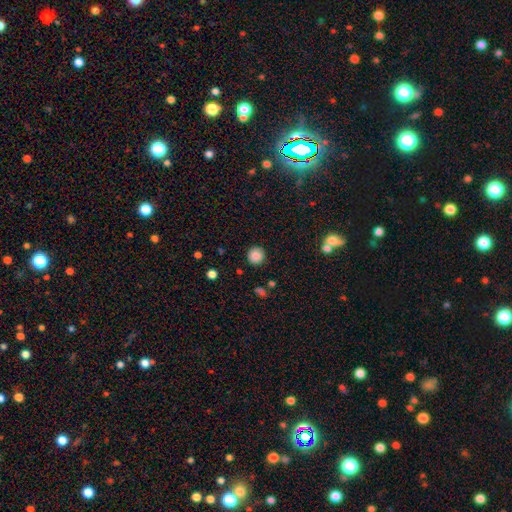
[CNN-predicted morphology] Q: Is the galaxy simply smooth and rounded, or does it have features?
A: smooth — 86%.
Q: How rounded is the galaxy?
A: round — 93%.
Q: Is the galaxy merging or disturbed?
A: none — 89%.